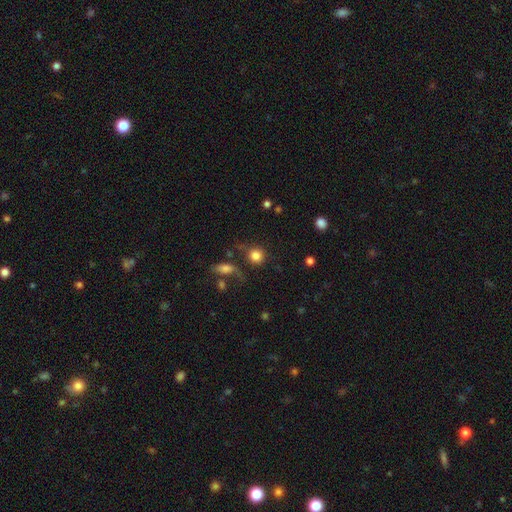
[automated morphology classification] Smooth or featured? smooth (82%)
How rounded? round (90%)
Merging? none (64%)